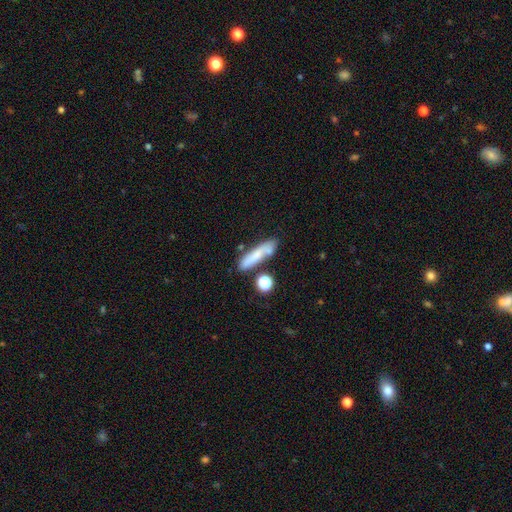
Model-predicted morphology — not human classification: Smooth or featured?
  - smooth: 65% *
  - featured or disk: 25%
  - star or artifact: 10%
How rounded?
  - cigar-shaped: 73% *
  - in between: 22%
  - round: 5%
Merging?
  - none: 61% *
  - minor disturbance: 19%
  - merger: 13%
  - major disturbance: 7%